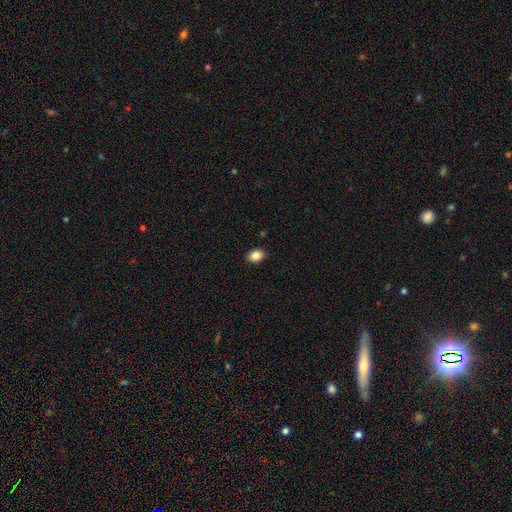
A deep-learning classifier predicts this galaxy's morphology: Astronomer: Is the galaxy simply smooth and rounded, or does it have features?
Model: smooth — 85%.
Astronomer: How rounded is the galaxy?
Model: in between — 67%.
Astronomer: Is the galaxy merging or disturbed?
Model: none — 90%.